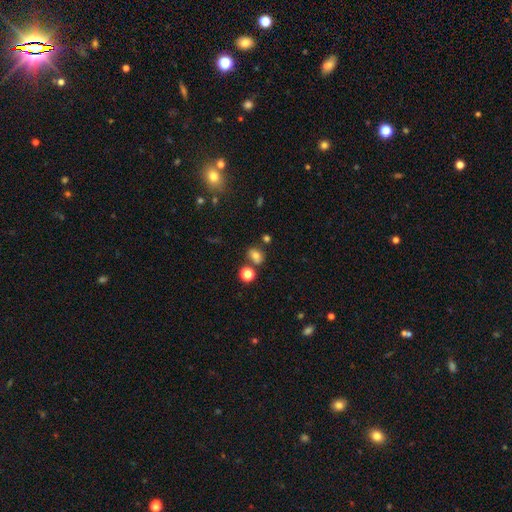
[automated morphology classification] Smooth or featured? Predicted: smooth (p=0.72). How rounded? Predicted: in between (p=0.54). Merging? Predicted: none (p=0.70).